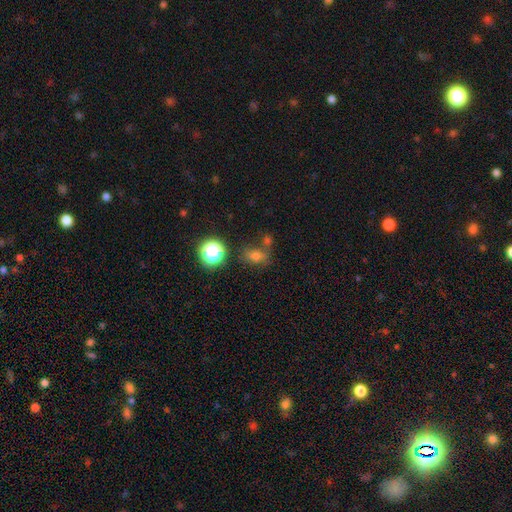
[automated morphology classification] smooth_or_featured: smooth (p=0.55) [alt: star or artifact p=0.33]
how_rounded: in between (p=0.51) [alt: round p=0.46]
merging: none (p=0.62) [alt: merger p=0.19]